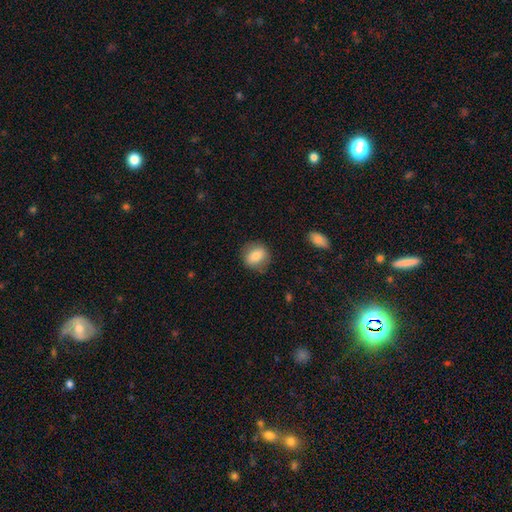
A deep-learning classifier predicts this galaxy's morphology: smooth_or_featured: smooth (p=0.79) [alt: featured or disk p=0.13]
how_rounded: round (p=0.64) [alt: in between p=0.34]
merging: none (p=0.81) [alt: minor disturbance p=0.13]